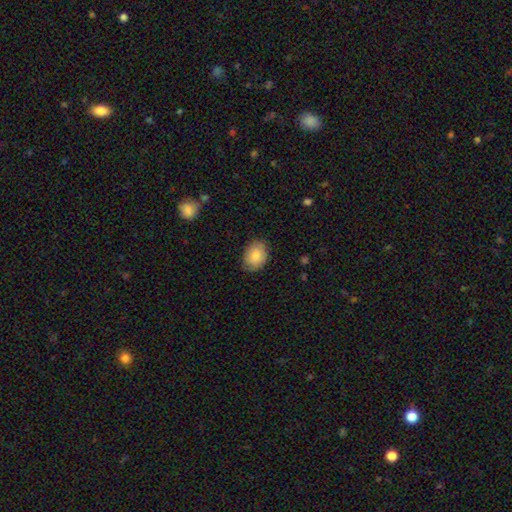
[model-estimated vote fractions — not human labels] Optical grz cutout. It shows a smooth galaxy with no disk features (83%) that is in between round and cigar-shaped (69%). Merging: none (79%).